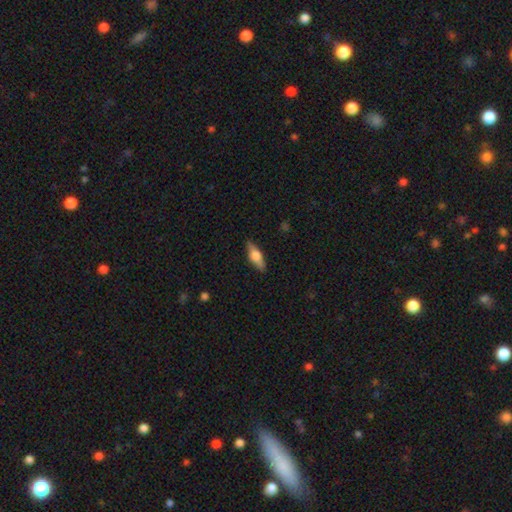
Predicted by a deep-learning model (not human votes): A featured or disk galaxy (54%) viewed edge-on (94%) with a rounded central bulge (92%).

Vote fractions:
- Smooth or featured? featured or disk: 54% / smooth: 40% / star or artifact: 6%
- Edge-on disk? yes: 94% / no: 6%
- Edge-on bulge? rounded: 92% / boxy: 7% / none: 2%
- Merging? none: 88% / minor disturbance: 9% / major disturbance: 2% / merger: 1%